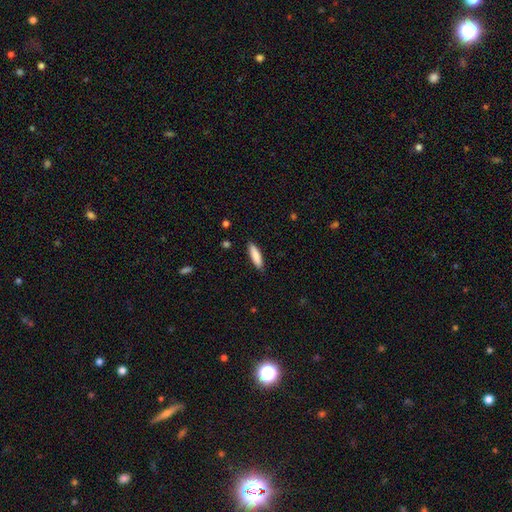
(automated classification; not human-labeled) smooth-or-featured: smooth: 86% | featured or disk: 9% | star or artifact: 6%
  how-rounded: cigar-shaped: 65% | in between: 34% | round: 1%
  merging: none: 87% | minor disturbance: 10% | major disturbance: 2% | merger: 1%